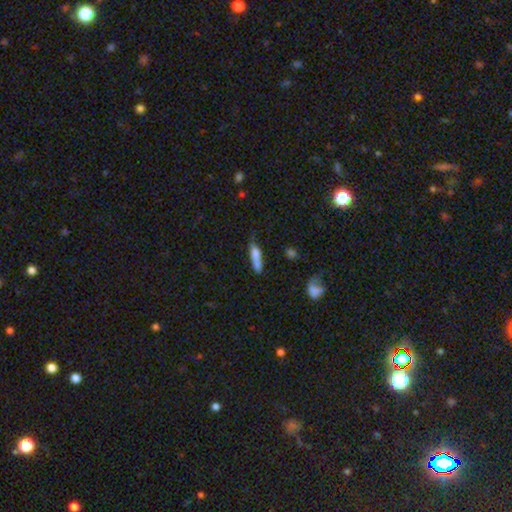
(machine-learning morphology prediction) type=smooth (72%); roundness=cigar-shaped (73%); merging=none (51%).